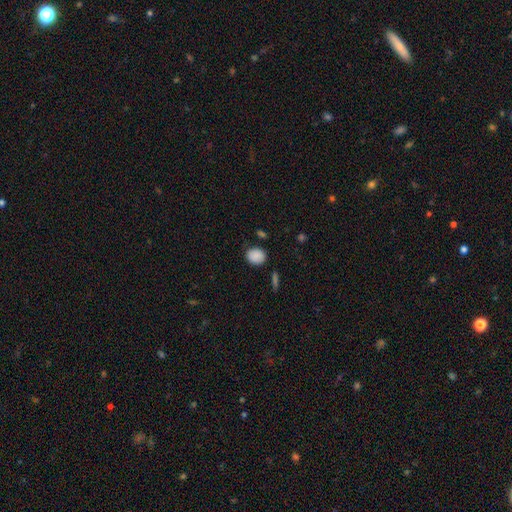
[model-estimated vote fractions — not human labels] Morphology: type=smooth (87%); roundness=round (56%); merging=none (80%).